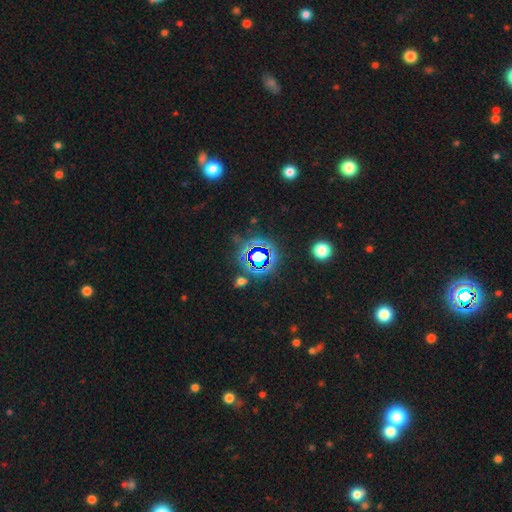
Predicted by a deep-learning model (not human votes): A star or artifact, not a galaxy (70%).